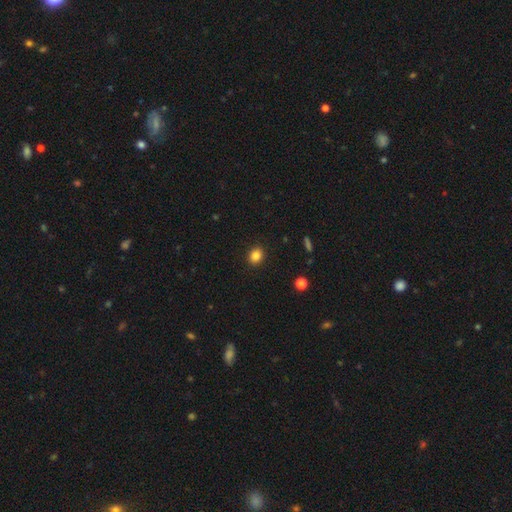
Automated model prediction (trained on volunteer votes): smooth 84%, star or artifact 11%, featured or disk 5%. Down the decision tree: how rounded — round (64%); merging — none (91%).